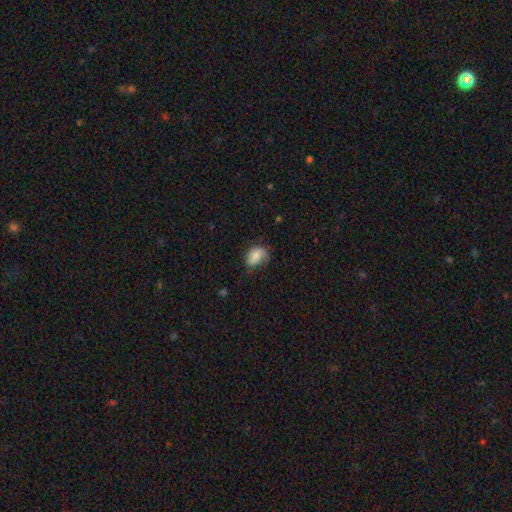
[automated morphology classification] This appears to be a smooth galaxy with no disk features (66%) that is in between round and cigar-shaped (71%). Merging: none (48%).